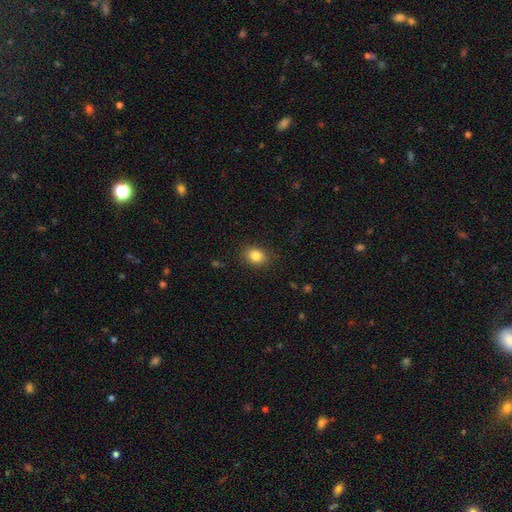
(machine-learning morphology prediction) A smooth galaxy with no disk features (84%) that is in between round and cigar-shaped (63%).

Vote fractions:
- Smooth or featured? smooth: 84% / star or artifact: 9% / featured or disk: 6%
- How rounded? in between: 63% / round: 36% / cigar-shaped: 1%
- Merging? none: 87% / minor disturbance: 9% / major disturbance: 3% / merger: 1%